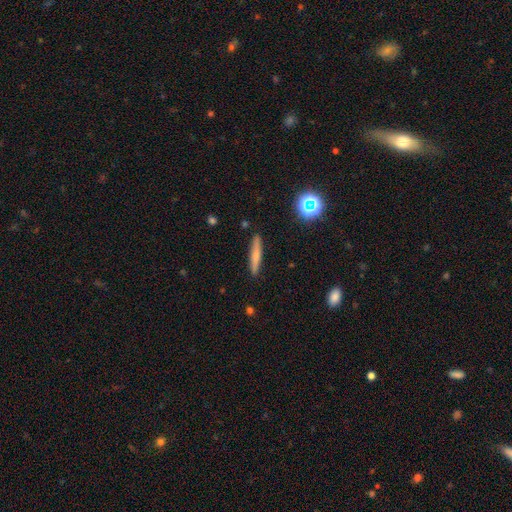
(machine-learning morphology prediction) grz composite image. It shows a smooth galaxy with no disk features (63%) that is cigar-shaped (91%). Merging: none (90%).